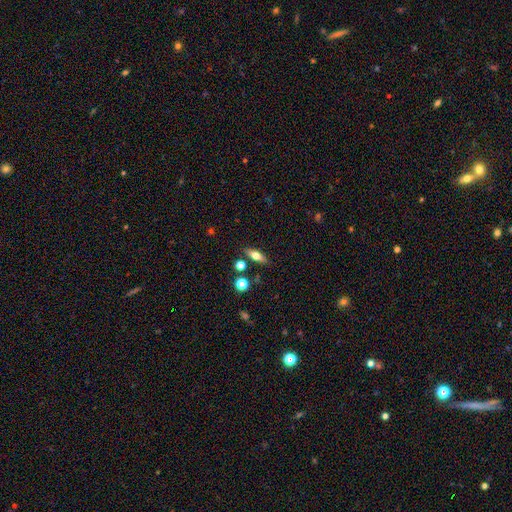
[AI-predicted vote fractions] Overall: smooth (58%; featured or disk 33%). How rounded: in between (57%; cigar-shaped 37%). Merging: none (82%).